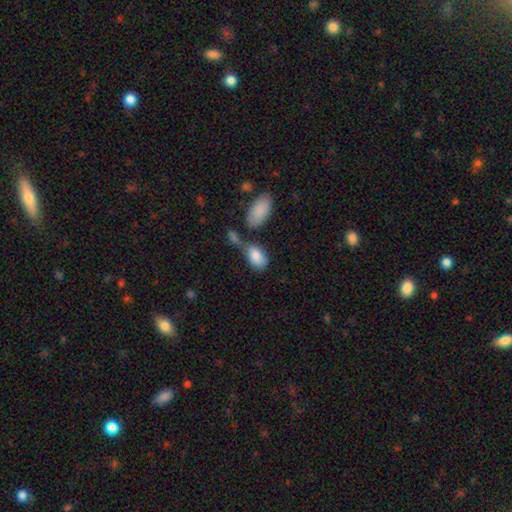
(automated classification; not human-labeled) smooth_or_featured: smooth (p=0.85) [alt: featured or disk p=0.09]
how_rounded: in between (p=0.92) [alt: round p=0.05]
merging: none (p=0.39) [alt: merger p=0.33]